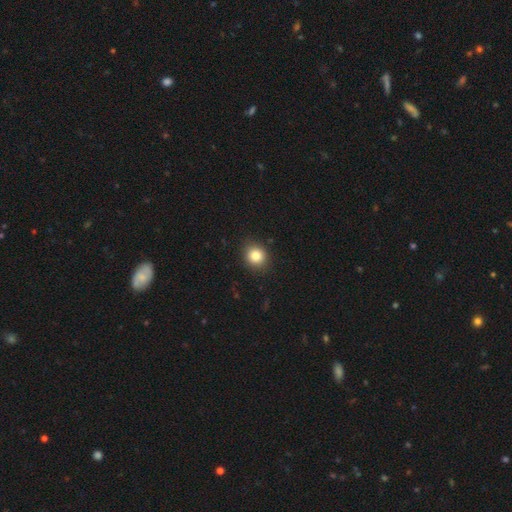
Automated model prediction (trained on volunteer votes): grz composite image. It shows a smooth galaxy with no disk features (83%) that is round (82%). Merging: none (89%).